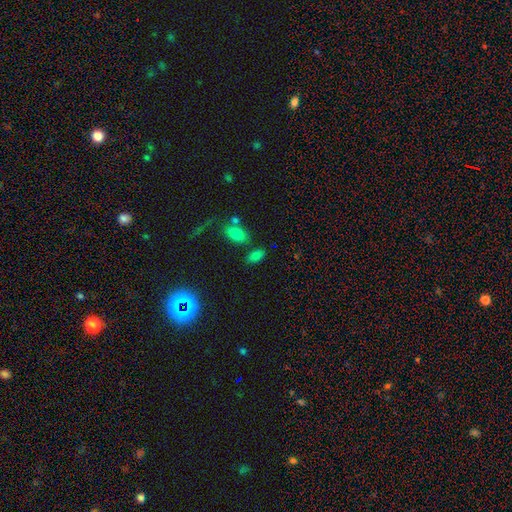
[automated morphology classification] Overall: smooth (76%). How rounded: in between (89%). Merging: none (68%).